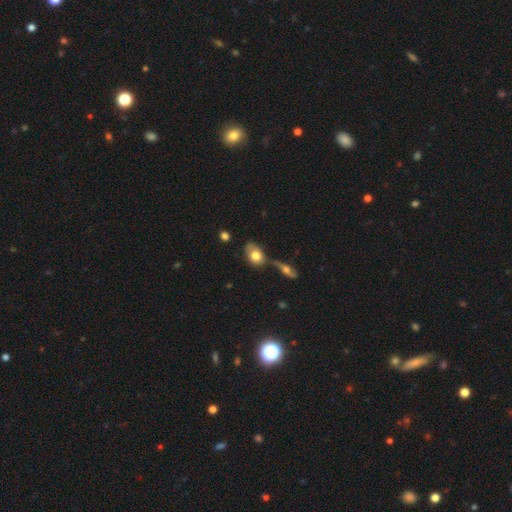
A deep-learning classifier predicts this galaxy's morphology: Smooth or featured? Predicted: smooth (p=0.74). How rounded? Predicted: in between (p=0.78). Merging? Predicted: none (p=0.35).